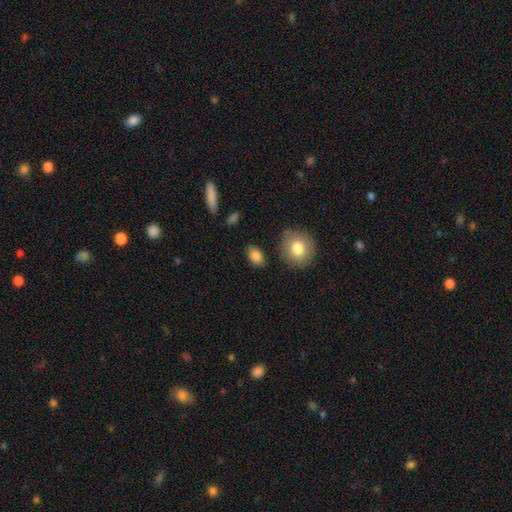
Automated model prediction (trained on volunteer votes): smooth-or-featured: smooth: 85% | star or artifact: 8% | featured or disk: 7%
  how-rounded: in between: 81% | round: 17% | cigar-shaped: 2%
  merging: none: 84% | minor disturbance: 11% | major disturbance: 3% | merger: 2%